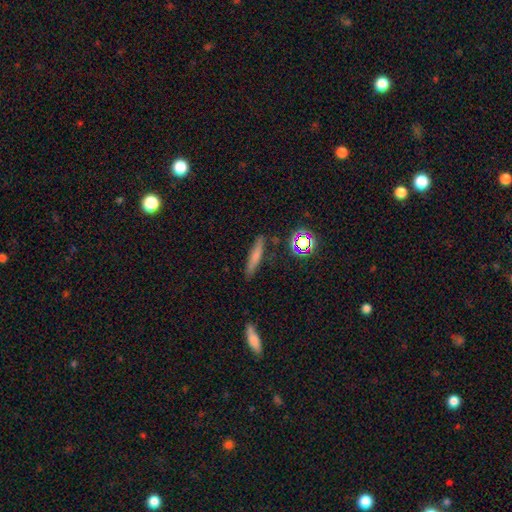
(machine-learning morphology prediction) The model was most divided on "smooth or featured": smooth: 66%, featured or disk: 21%, star or artifact: 13%. More confident: how rounded — cigar-shaped (87%); merging — none (83%).